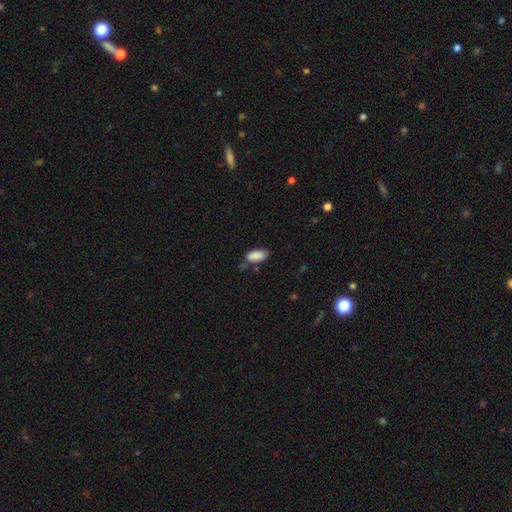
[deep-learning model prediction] This is clearly a smooth galaxy (88%). How rounded: clearly in between (90%). Merging: likely none (61%).